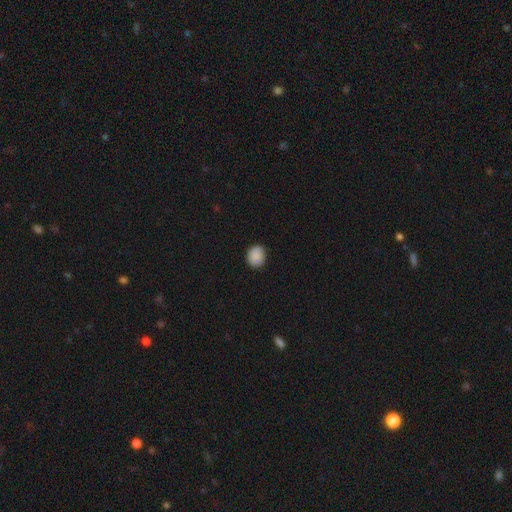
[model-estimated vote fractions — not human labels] A smooth galaxy with no disk features (89%) that is round (61%). Merging: none (85%).